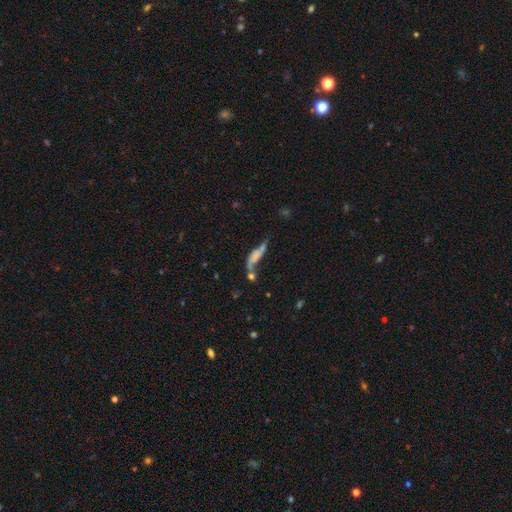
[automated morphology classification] Overall: smooth (48%; featured or disk 40%). Merging: merger (33%; none 28%).